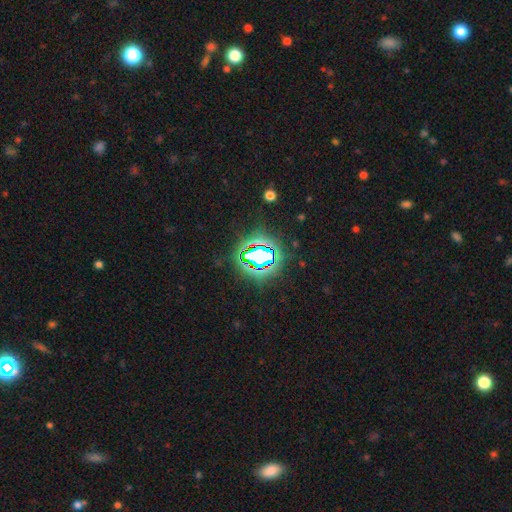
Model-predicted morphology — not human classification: star or artifact 70%, smooth 18%, featured or disk 12%.